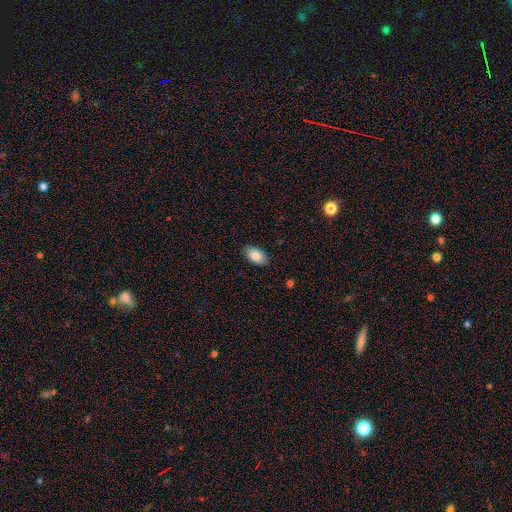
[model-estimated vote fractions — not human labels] The model was most divided on "merging": none: 85%, minor disturbance: 12%, major disturbance: 2%, merger: 1%. More confident: how rounded — in between (93%); smooth or featured — smooth (85%).